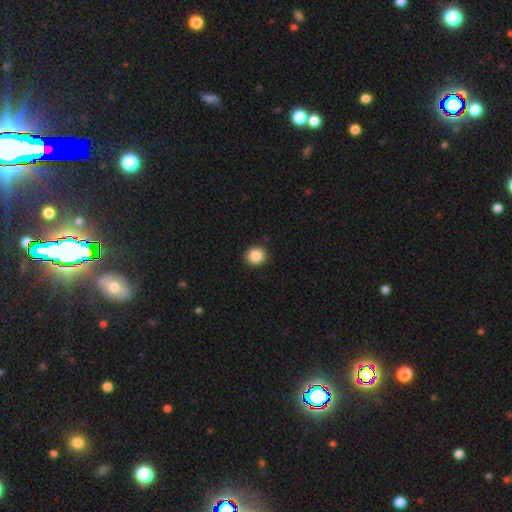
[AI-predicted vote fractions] This is clearly a smooth galaxy (87%). How rounded: clearly round (90%). Merging: clearly none (92%).